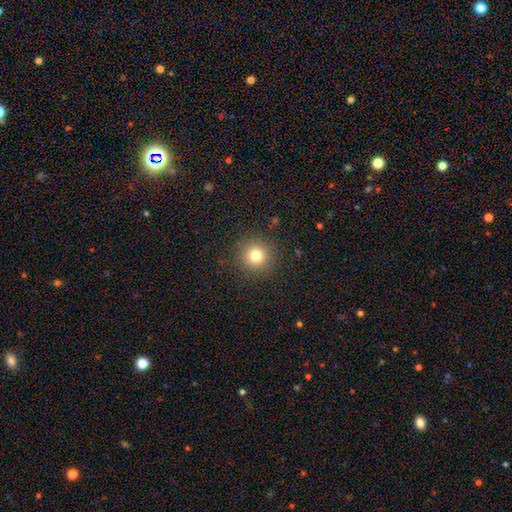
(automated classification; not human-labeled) Overall: smooth (79%). How rounded: round (95%). Merging: none (90%).